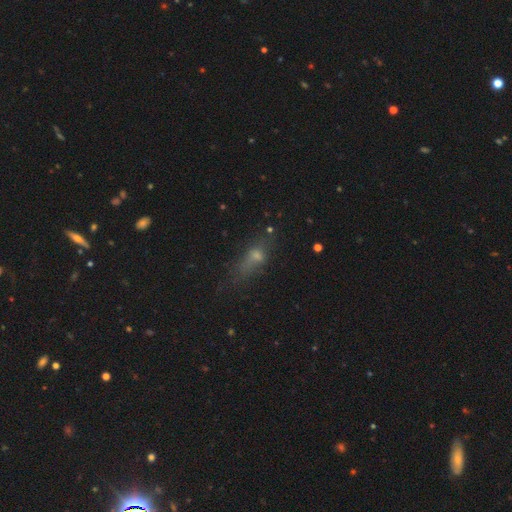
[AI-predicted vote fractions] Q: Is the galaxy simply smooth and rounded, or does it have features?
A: smooth — 55%.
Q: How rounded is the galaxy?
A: in between — 53%.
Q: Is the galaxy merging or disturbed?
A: none — 49%.